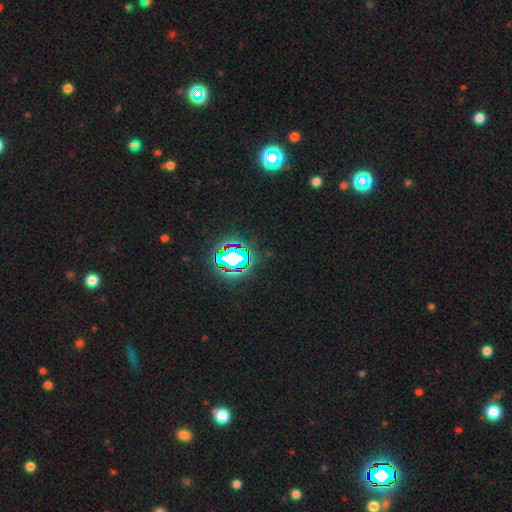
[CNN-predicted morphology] star or artifact 77%, smooth 15%, featured or disk 8%.